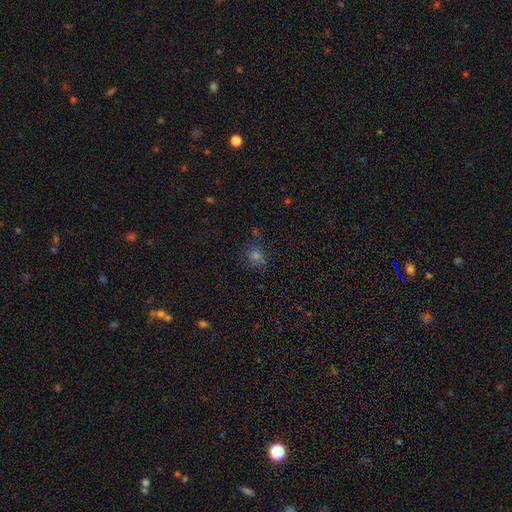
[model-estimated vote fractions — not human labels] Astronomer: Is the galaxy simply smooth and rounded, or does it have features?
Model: smooth — 56% (runner-up: star or artifact, 33%).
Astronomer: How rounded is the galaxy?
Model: round — 85%.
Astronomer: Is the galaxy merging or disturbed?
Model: none — 79%.